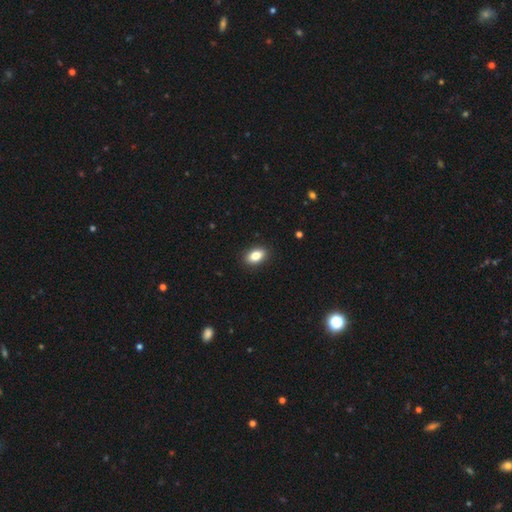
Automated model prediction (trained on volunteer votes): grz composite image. It shows a smooth galaxy with no disk features (83%) that is in between round and cigar-shaped (88%). Merging: none (90%).